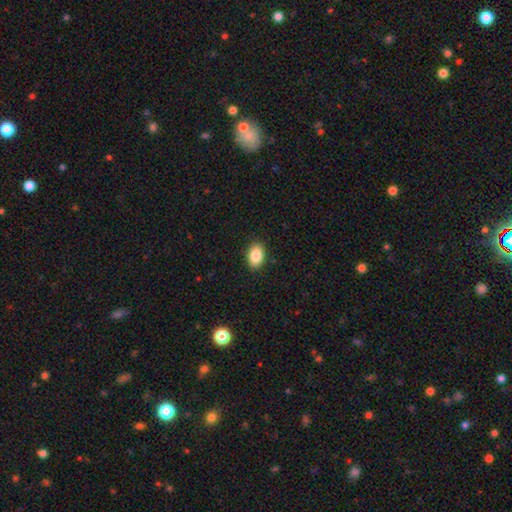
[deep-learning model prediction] Q: Smooth or featured?
A: smooth (86%); runner-up: star or artifact (8%)
Q: How rounded?
A: in between (89%); runner-up: round (10%)
Q: Merging?
A: none (89%); runner-up: minor disturbance (8%)